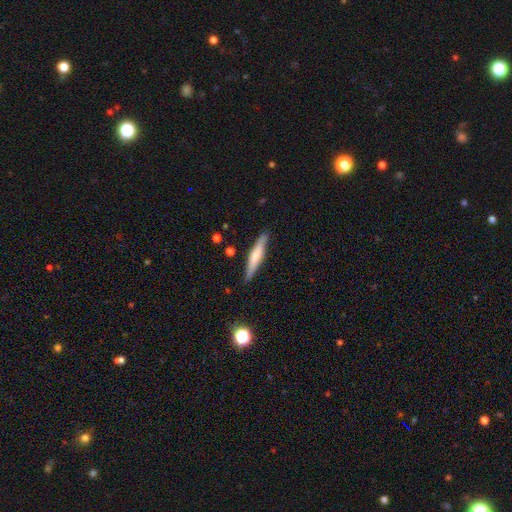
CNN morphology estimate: Smooth or featured? smooth (57%)
How rounded? cigar-shaped (90%)
Merging? none (86%)